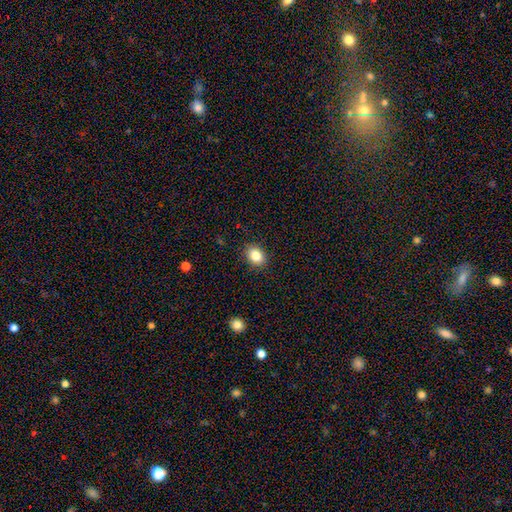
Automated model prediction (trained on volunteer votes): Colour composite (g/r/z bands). It shows a smooth galaxy with no disk features (83%) that is in between round and cigar-shaped (57%). Merging: none (88%).